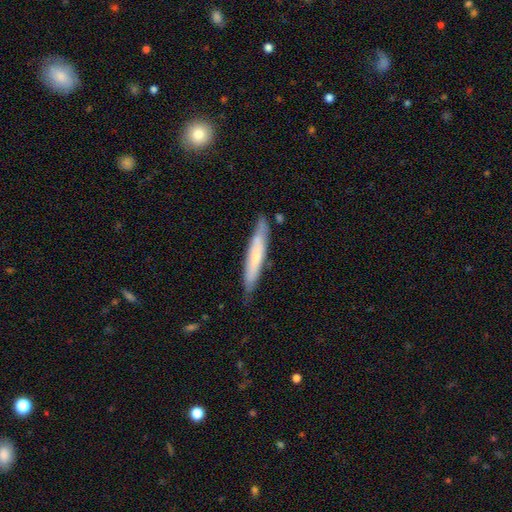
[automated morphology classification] smooth_or_featured: smooth (p=0.54) [alt: featured or disk p=0.40]
how_rounded: cigar-shaped (p=0.91) [alt: in between p=0.08]
merging: none (p=0.79) [alt: minor disturbance p=0.17]